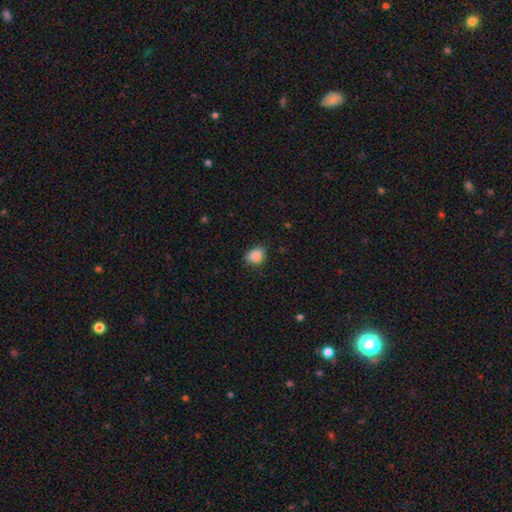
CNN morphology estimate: type=smooth (86%); roundness=in between (54%); merging=none (67%).